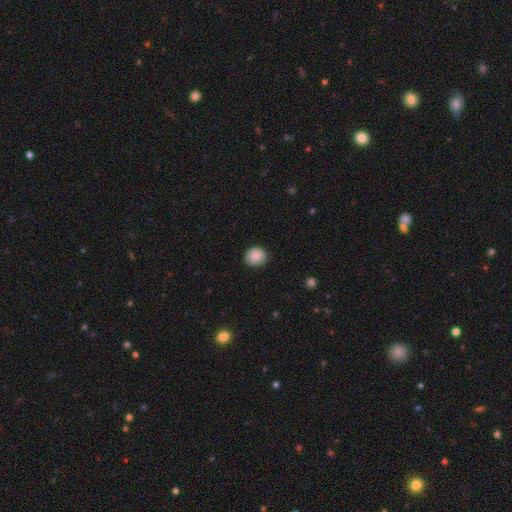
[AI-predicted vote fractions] This appears to be a smooth galaxy with no disk features (83%) that is round (84%). Merging: none (83%).